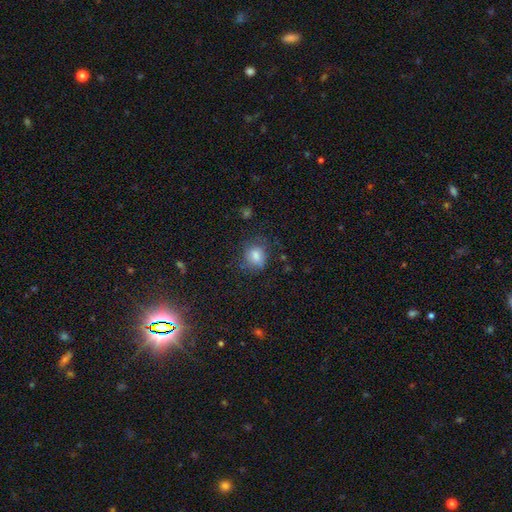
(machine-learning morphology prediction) A smooth galaxy with no disk features (81%) that is round (62%).

Vote fractions:
- Smooth or featured? smooth: 81% / star or artifact: 10% / featured or disk: 9%
- How rounded? round: 62% / in between: 37% / cigar-shaped: 1%
- Merging? none: 66% / minor disturbance: 22% / major disturbance: 10% / merger: 2%